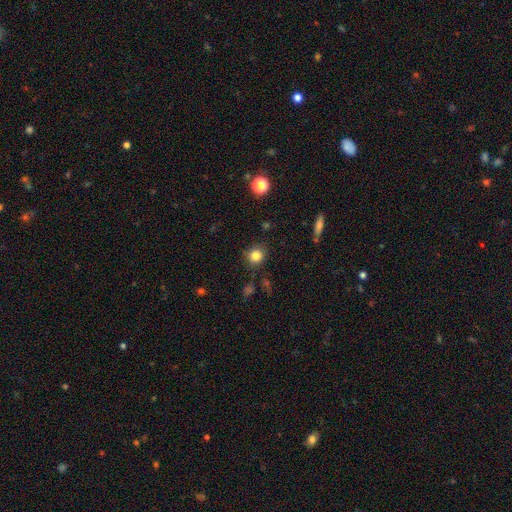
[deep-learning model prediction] smooth-or-featured: smooth: 83% | star or artifact: 11% | featured or disk: 6%
  how-rounded: round: 86% | in between: 13% | cigar-shaped: 1%
  merging: none: 84% | minor disturbance: 11% | major disturbance: 3% | merger: 2%